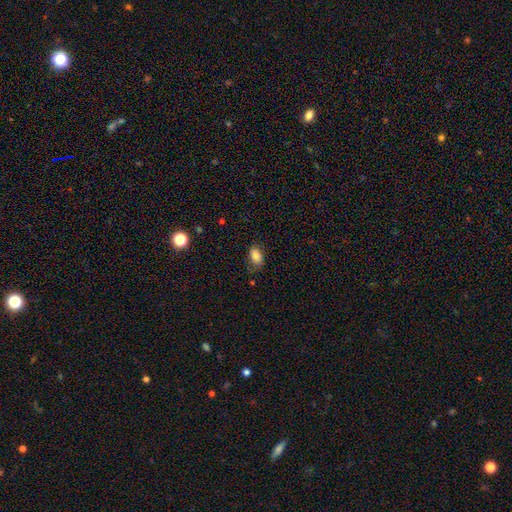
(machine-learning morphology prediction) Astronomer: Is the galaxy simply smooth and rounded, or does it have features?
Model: smooth — 83%.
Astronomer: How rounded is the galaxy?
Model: in between — 88%.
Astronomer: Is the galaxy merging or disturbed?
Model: none — 68%.